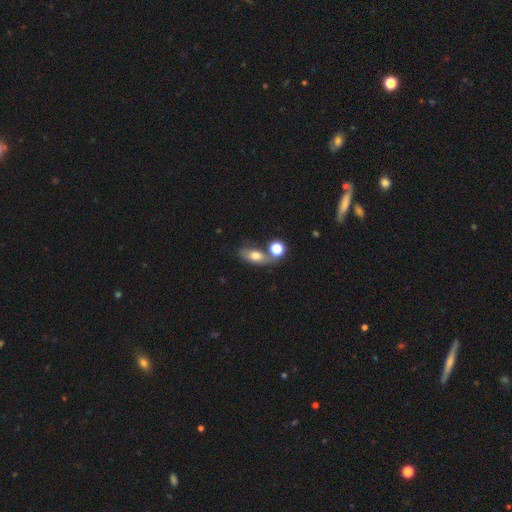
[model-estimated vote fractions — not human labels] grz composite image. It shows a smooth galaxy with no disk features (71%) that is in between round and cigar-shaped (77%). Merging: none (50%).